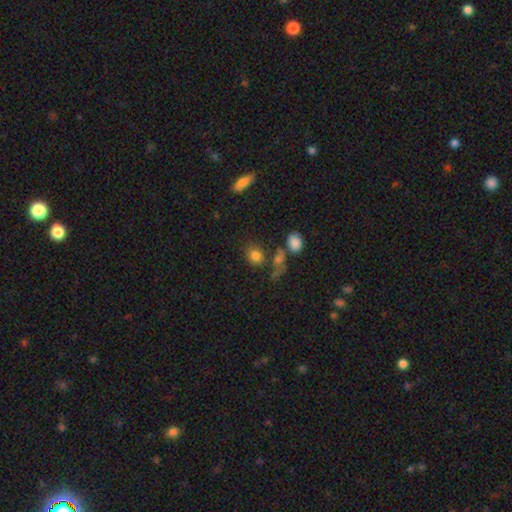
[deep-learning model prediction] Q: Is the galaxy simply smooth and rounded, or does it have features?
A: smooth — 80%.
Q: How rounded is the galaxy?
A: round — 57%.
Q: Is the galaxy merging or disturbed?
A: none — 63%.